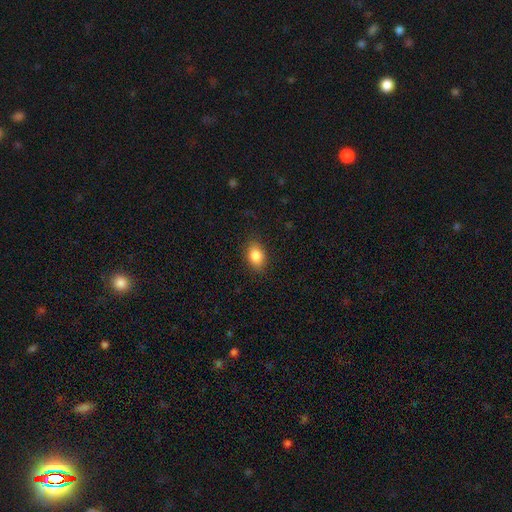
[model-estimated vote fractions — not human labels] Q: Smooth or featured?
A: smooth (86%); runner-up: star or artifact (8%)
Q: How rounded?
A: in between (79%); runner-up: round (20%)
Q: Merging?
A: none (86%); runner-up: minor disturbance (11%)